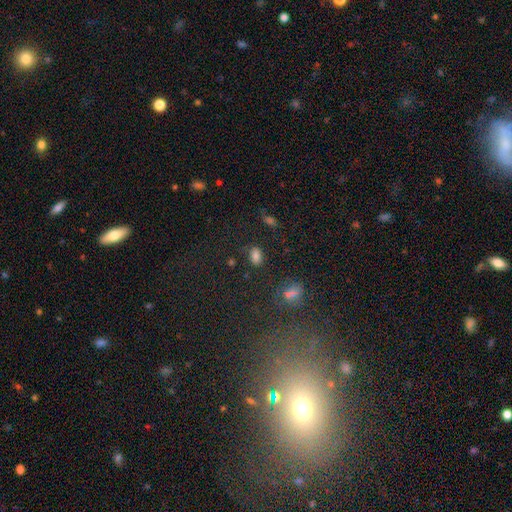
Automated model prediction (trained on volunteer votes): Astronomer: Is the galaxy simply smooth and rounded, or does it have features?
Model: smooth — 78%.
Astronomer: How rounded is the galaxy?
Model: in between — 82%.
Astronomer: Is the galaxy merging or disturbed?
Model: none — 76%.